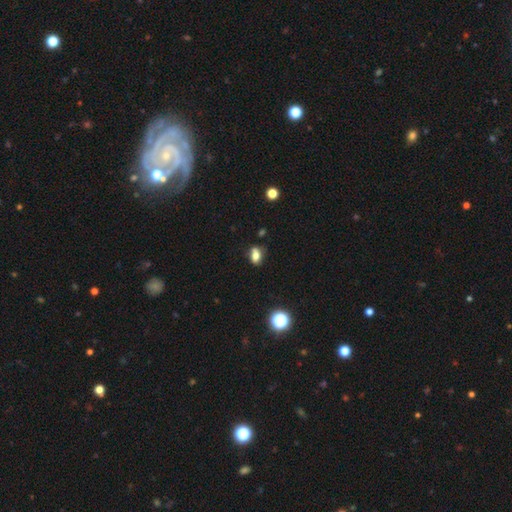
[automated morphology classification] Smooth or featured?
  - smooth: 73% *
  - featured or disk: 15%
  - star or artifact: 12%
How rounded?
  - in between: 75% *
  - round: 21%
  - cigar-shaped: 4%
Merging?
  - none: 57% *
  - minor disturbance: 23%
  - merger: 13%
  - major disturbance: 6%